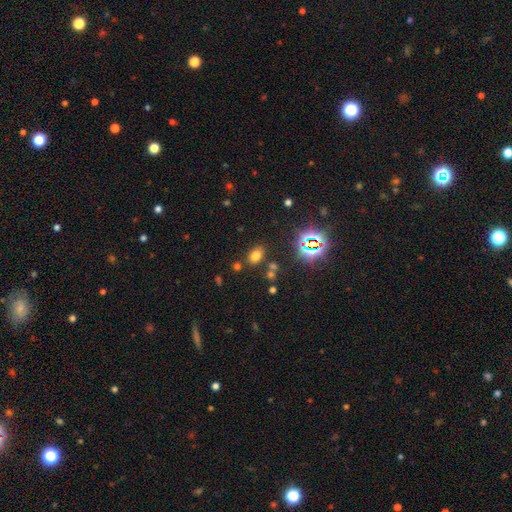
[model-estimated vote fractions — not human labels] Smooth or featured? Predicted: smooth (p=0.67). How rounded? Predicted: in between (p=0.78). Merging? Predicted: none (p=0.77).